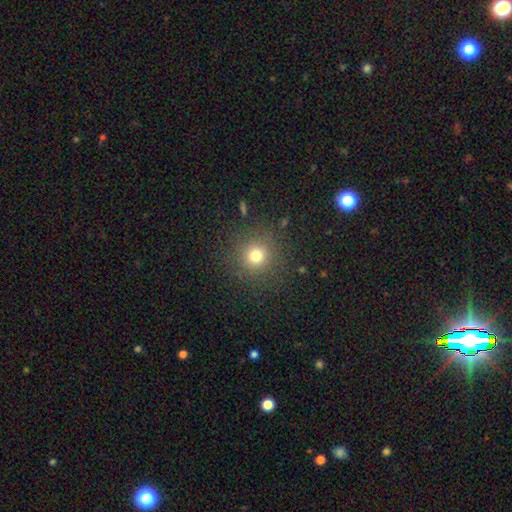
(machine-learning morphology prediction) Smooth or featured? Predicted: smooth (p=0.74). How rounded? Predicted: round (p=0.94). Merging? Predicted: none (p=0.87).